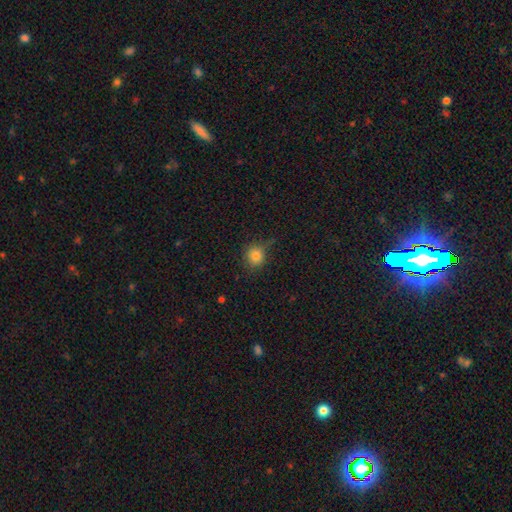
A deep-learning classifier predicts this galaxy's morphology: Smooth or featured? Predicted: smooth (p=0.80). How rounded? Predicted: round (p=0.85). Merging? Predicted: none (p=0.72).